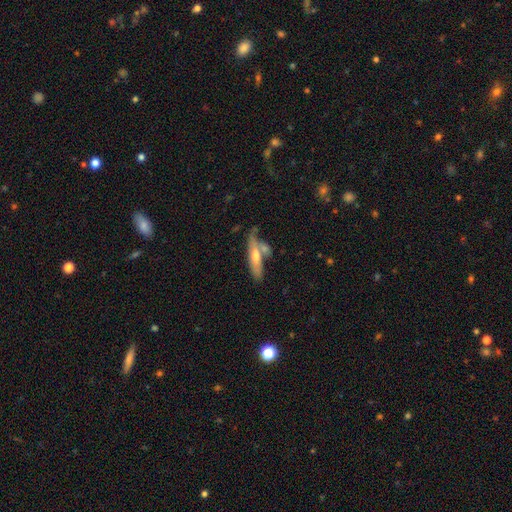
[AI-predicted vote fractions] smooth-or-featured: smooth: 52% | featured or disk: 42% | star or artifact: 6%
  how-rounded: cigar-shaped: 67% | in between: 30% | round: 2%
  merging: none: 51% | merger: 26% | minor disturbance: 17% | major disturbance: 6%